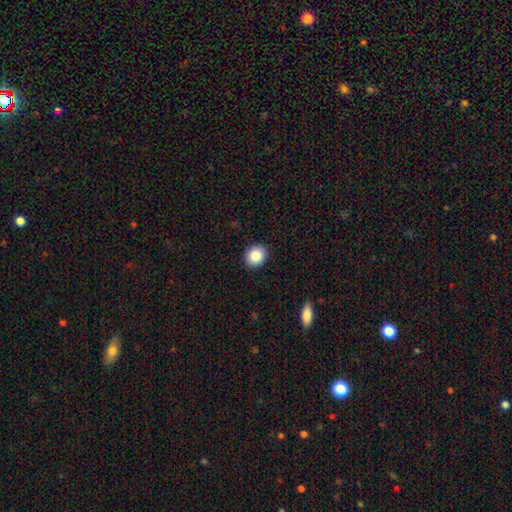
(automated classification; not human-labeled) Smooth or featured? Predicted: smooth (p=0.85). How rounded? Predicted: round (p=0.70). Merging? Predicted: none (p=0.92).